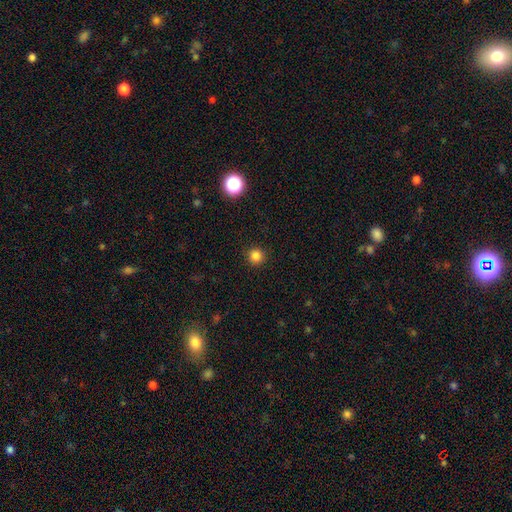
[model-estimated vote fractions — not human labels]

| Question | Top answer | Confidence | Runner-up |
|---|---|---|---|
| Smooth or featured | smooth | 83% | star or artifact (13%) |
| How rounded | round | 94% | in between (5%) |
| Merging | none | 91% | minor disturbance (6%) |